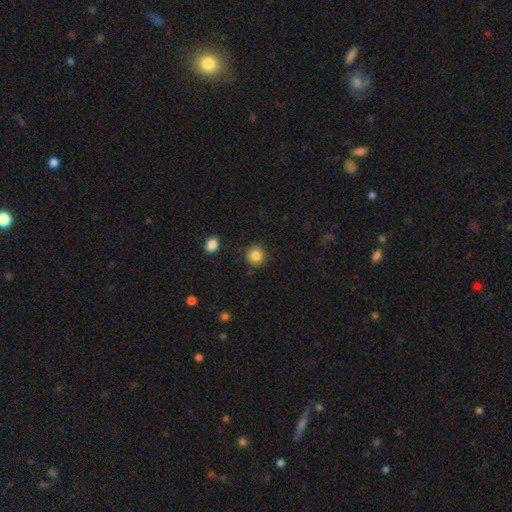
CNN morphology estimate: Q: Smooth or featured?
A: smooth (85%); runner-up: star or artifact (10%)
Q: How rounded?
A: round (92%); runner-up: in between (7%)
Q: Merging?
A: none (89%); runner-up: minor disturbance (7%)